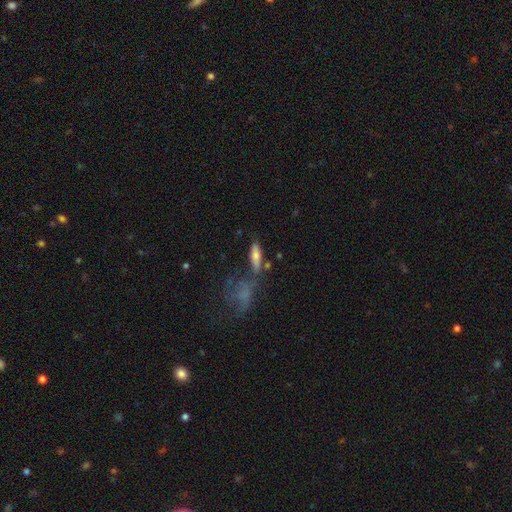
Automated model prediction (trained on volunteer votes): Morphology: type=smooth (66%); roundness=cigar-shaped (50%); merging=none (60%).